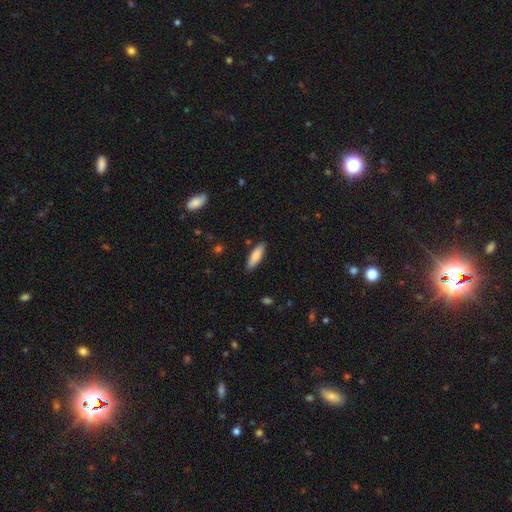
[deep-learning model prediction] The model was most divided on "how rounded": cigar-shaped: 50%, in between: 48%, round: 2%. More confident: merging — none (87%); smooth or featured — smooth (82%).